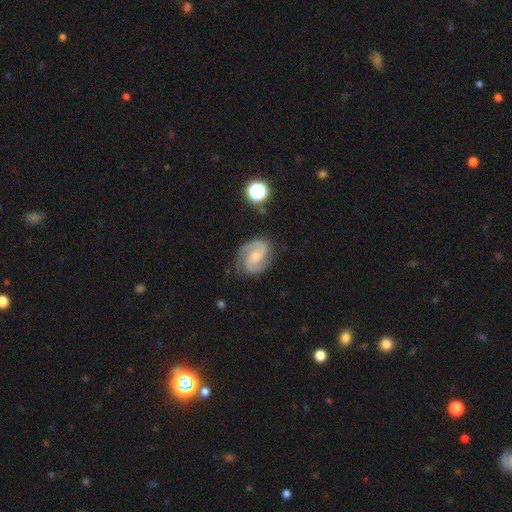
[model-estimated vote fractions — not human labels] This appears to be a featured or disk galaxy (85%) with no bar (46%), 2 (91%) medium (53%) spiral arms (97%) and a moderate central bulge (45%). Merging: none (77%).